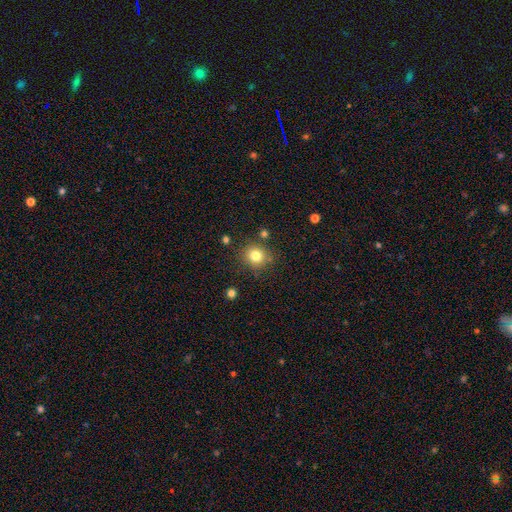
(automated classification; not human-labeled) This is likely a smooth galaxy (80%). How rounded: clearly round (88%). Merging: clearly none (83%).